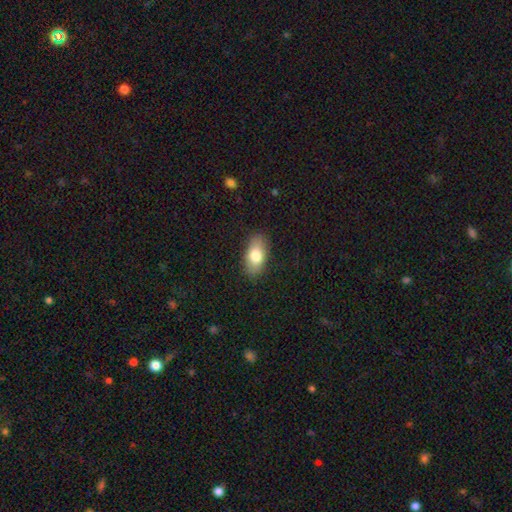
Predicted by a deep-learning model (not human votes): This appears to be a smooth galaxy with no disk features (79%) that is in between round and cigar-shaped (89%). Merging: none (86%).